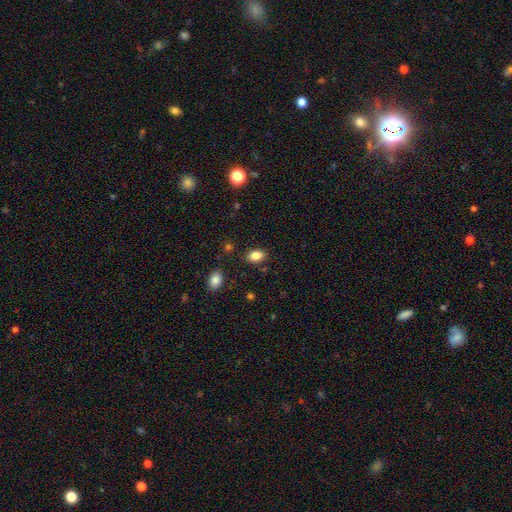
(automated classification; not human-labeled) smooth_or_featured: smooth (p=0.84) [alt: star or artifact p=0.09]
how_rounded: in between (p=0.88) [alt: round p=0.11]
merging: none (p=0.84) [alt: minor disturbance p=0.11]